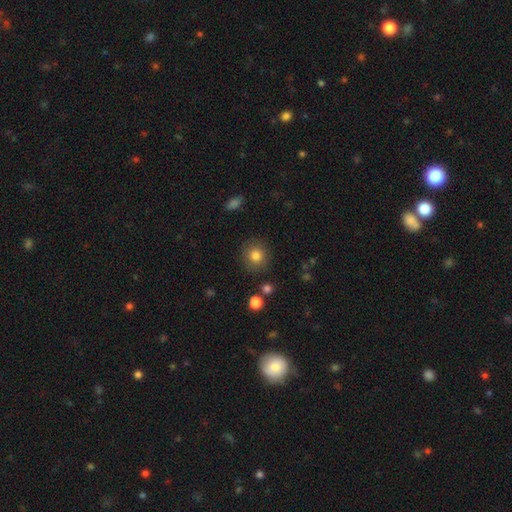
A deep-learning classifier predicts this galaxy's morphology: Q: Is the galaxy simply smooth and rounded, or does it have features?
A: smooth — 82%.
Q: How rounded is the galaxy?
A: round — 90%.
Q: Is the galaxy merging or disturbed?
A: none — 87%.